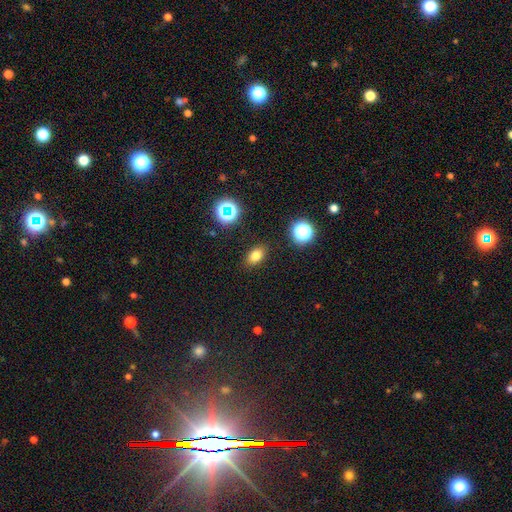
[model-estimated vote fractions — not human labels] Smooth or featured? Predicted: smooth (p=0.77). How rounded? Predicted: in between (p=0.81). Merging? Predicted: none (p=0.87).